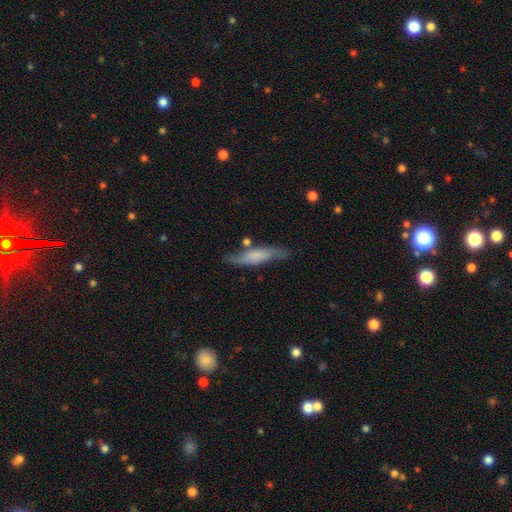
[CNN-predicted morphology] Smooth or featured? Predicted: featured or disk (p=0.48). Merging? Predicted: none (p=0.66).